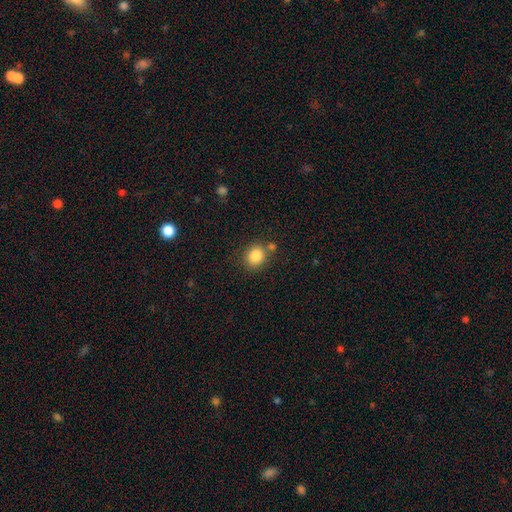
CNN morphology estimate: Smooth or featured? smooth (85%)
How rounded? round (67%)
Merging? none (72%)